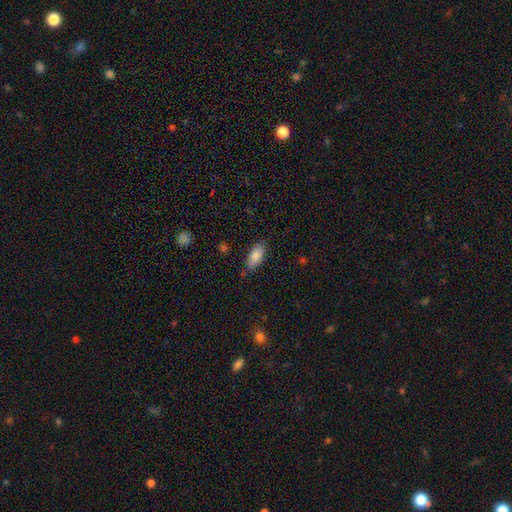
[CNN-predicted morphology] Q: Smooth or featured?
A: smooth (85%); runner-up: featured or disk (8%)
Q: How rounded?
A: in between (87%); runner-up: cigar-shaped (10%)
Q: Merging?
A: none (78%); runner-up: minor disturbance (17%)